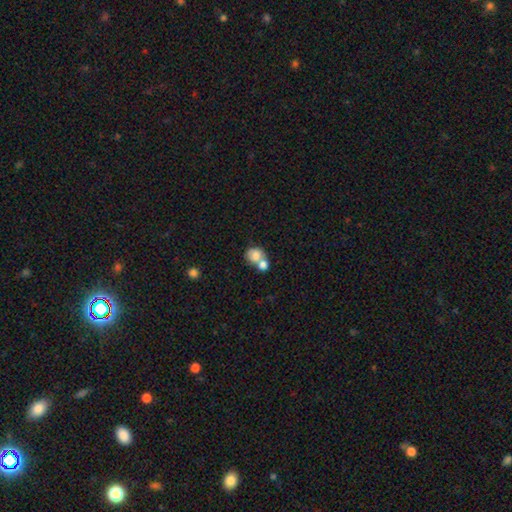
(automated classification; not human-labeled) This appears to be a smooth galaxy with no disk features (76%) that is round (67%). Merging: merger (62%).